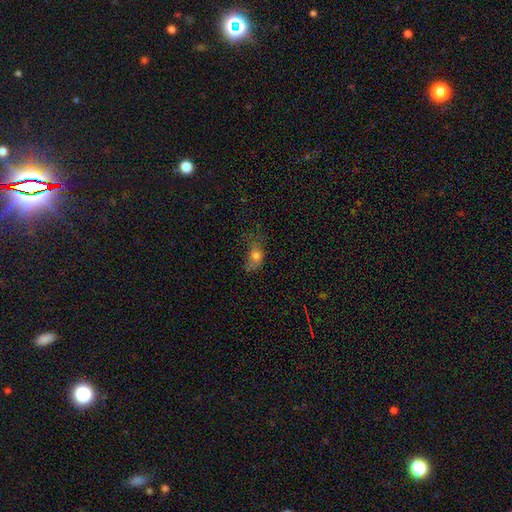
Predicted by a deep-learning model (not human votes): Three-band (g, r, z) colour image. It shows a smooth galaxy with no disk features (73%) that is in between round and cigar-shaped (69%). Merging: major disturbance (38%).